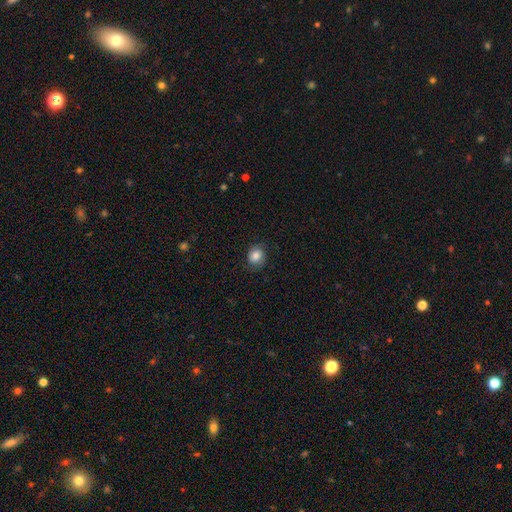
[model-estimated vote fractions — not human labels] smooth_or_featured: smooth (p=0.77) [alt: featured or disk p=0.14]
how_rounded: round (p=0.73) [alt: in between p=0.26]
merging: none (p=0.79) [alt: minor disturbance p=0.15]